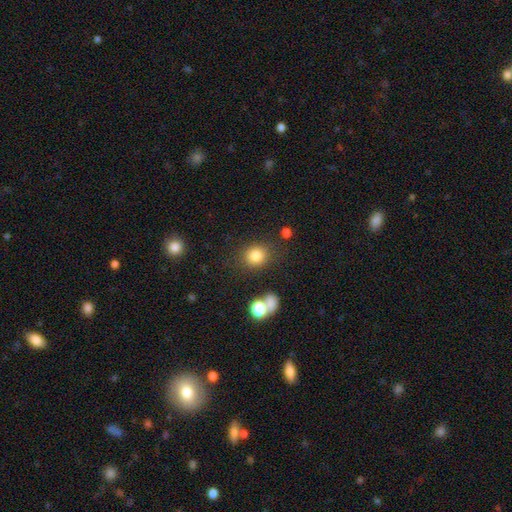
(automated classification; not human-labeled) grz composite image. It shows a smooth galaxy with no disk features (82%) that is round (78%). Merging: none (80%).